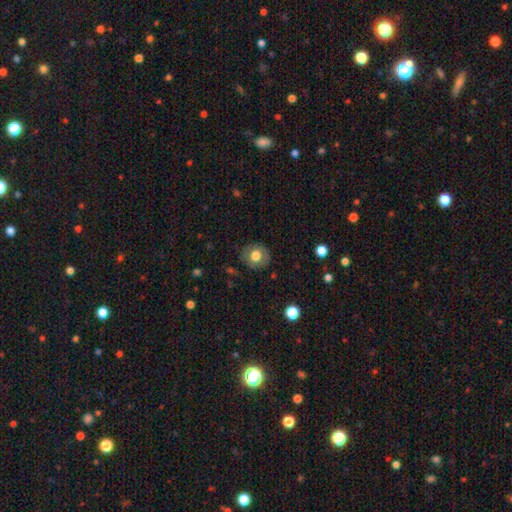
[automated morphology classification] This appears to be a smooth galaxy with no disk features (71%) that is round (83%). Merging: none (85%).